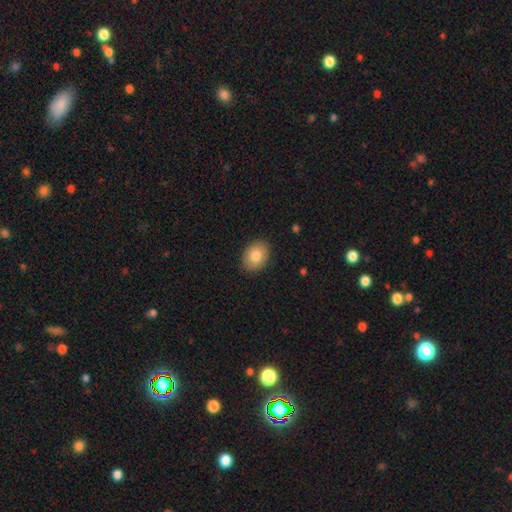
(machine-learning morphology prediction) Smooth or featured: smooth — 82% (featured or disk — 10%)
How rounded: in between — 65% (round — 34%)
Merging: none — 89% (minor disturbance — 8%)